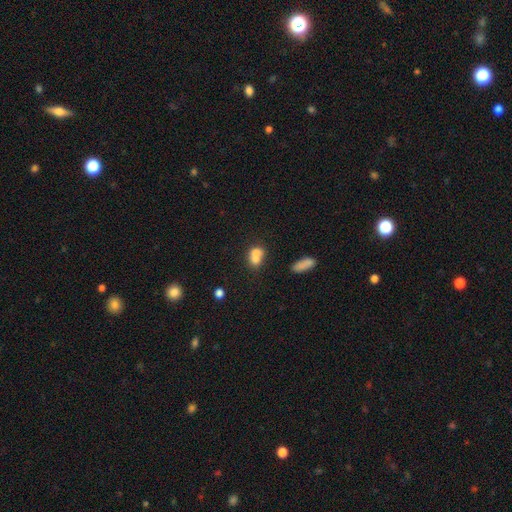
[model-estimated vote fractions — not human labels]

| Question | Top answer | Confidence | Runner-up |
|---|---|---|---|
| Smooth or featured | smooth | 71% | featured or disk (18%) |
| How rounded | in between | 54% | round (44%) |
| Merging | merger | 60% | none (25%) |